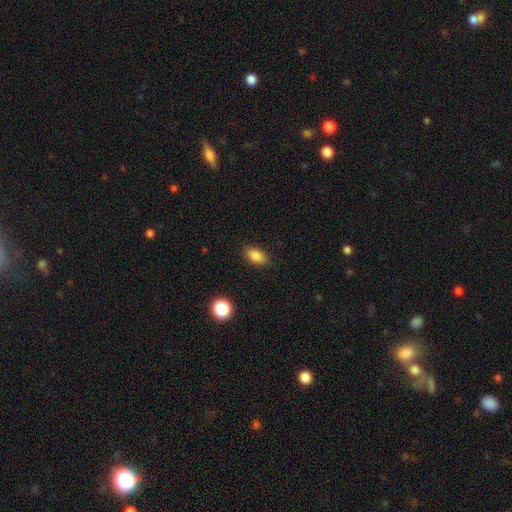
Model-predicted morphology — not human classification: Smooth or featured? smooth (86%)
How rounded? in between (87%)
Merging? none (86%)